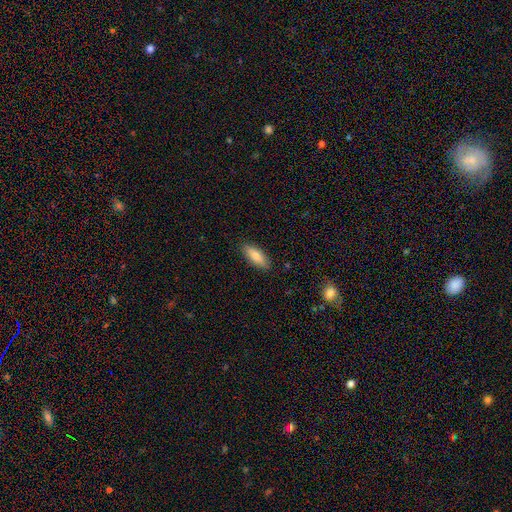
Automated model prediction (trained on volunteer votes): smooth_or_featured: smooth (p=0.77) [alt: featured or disk p=0.17]
how_rounded: in between (p=0.65) [alt: cigar-shaped p=0.32]
merging: none (p=0.88) [alt: minor disturbance p=0.09]